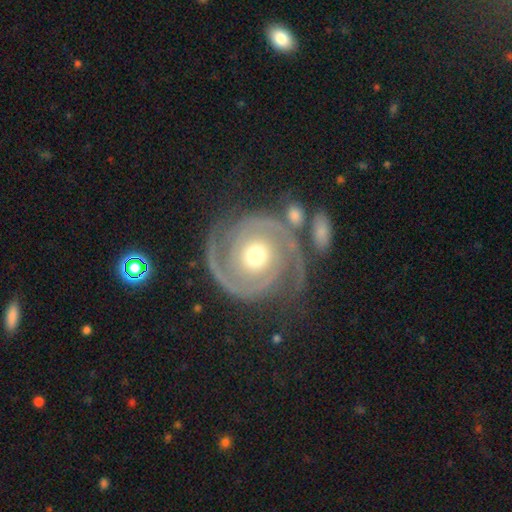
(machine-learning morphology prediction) This appears to be a featured or disk galaxy (92%) with no bar (76%), 2 (88%) tight (64%) spiral arms (98%) and a moderate central bulge (73%). Merging: none (71%).